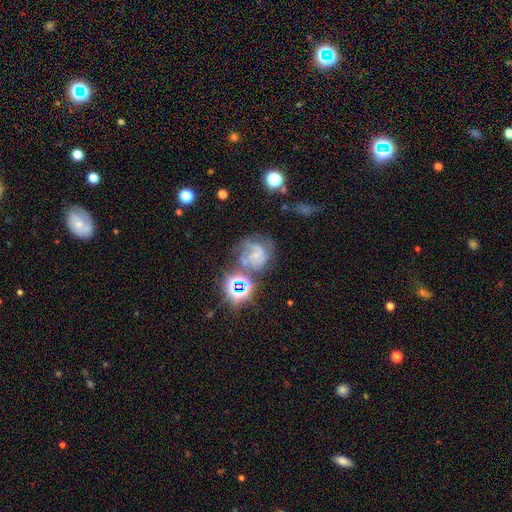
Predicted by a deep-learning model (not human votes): The model was most divided on "bulge size": none: 43%, small: 34%, moderate: 16%, large: 5%, dominant: 3%. Remaining: edge-on disk — no (98%); spiral arms — yes (73%); bar — no (61%); smooth or featured — featured or disk (52%); merging — none (41%).